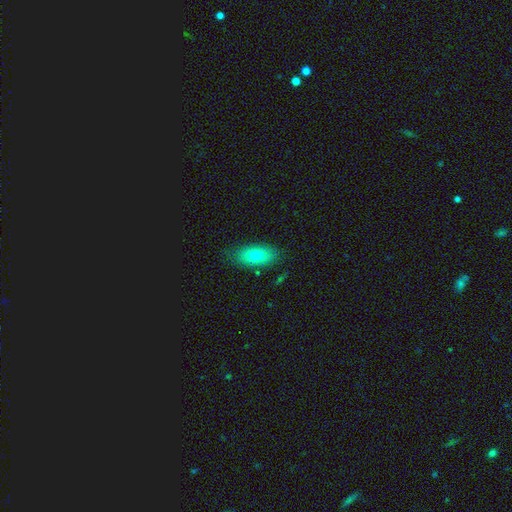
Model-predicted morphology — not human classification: Smooth or featured: smooth — 75% (featured or disk — 17%)
How rounded: in between — 87% (cigar-shaped — 7%)
Merging: none — 79% (minor disturbance — 15%)